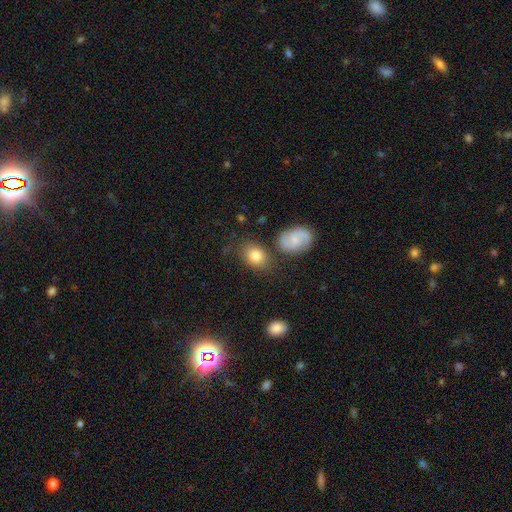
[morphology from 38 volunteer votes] Q: Smooth or featured?
A: smooth (84%); runner-up: featured or disk (11%)
Q: How rounded?
A: in between (81%); runner-up: round (19%)
Q: Merging?
A: none (72%); runner-up: minor disturbance (17%)